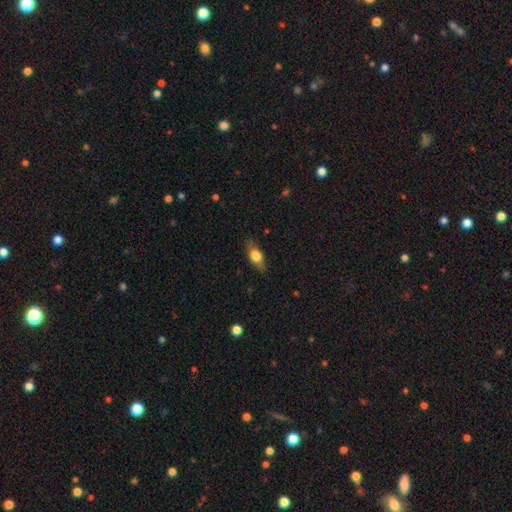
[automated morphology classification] Smooth or featured? Predicted: smooth (p=0.65). How rounded? Predicted: in between (p=0.73). Merging? Predicted: none (p=0.81).